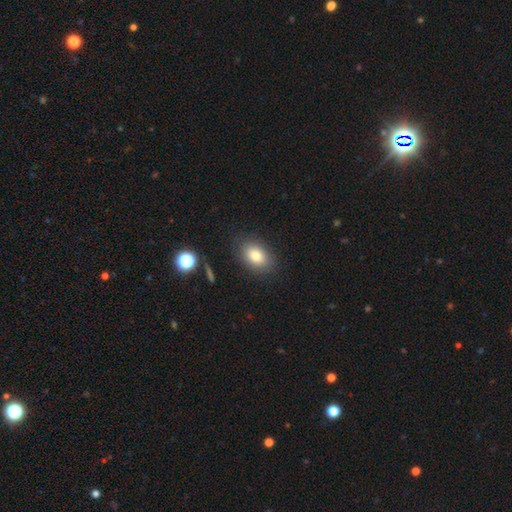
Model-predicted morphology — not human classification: Q: Smooth or featured?
A: smooth (81%); runner-up: featured or disk (10%)
Q: How rounded?
A: in between (82%); runner-up: round (17%)
Q: Merging?
A: none (85%); runner-up: minor disturbance (10%)